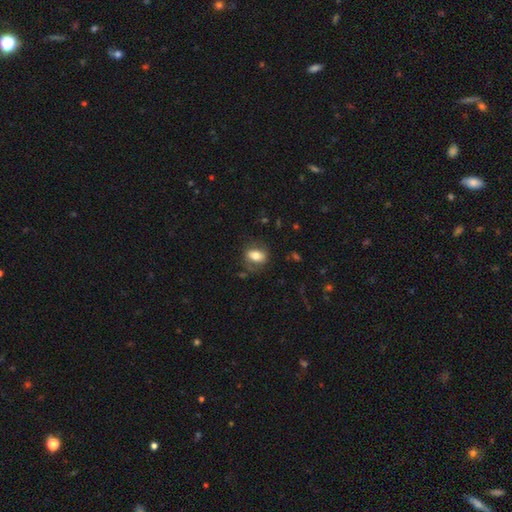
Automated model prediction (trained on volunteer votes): Overall: smooth (69%). How rounded: in between (75%). Merging: none (70%).